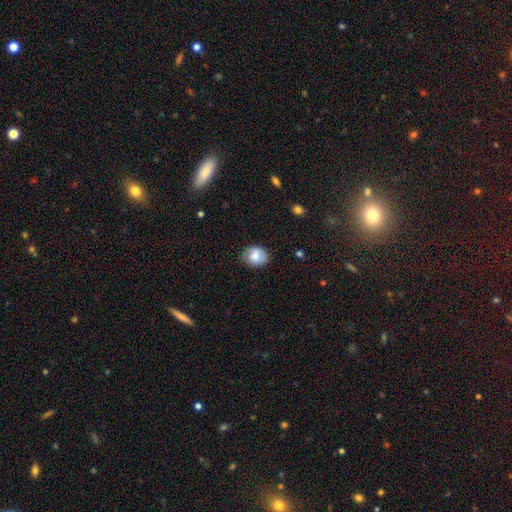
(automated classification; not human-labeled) The model was most divided on "how rounded": round: 55%, in between: 45%, cigar-shaped: 1%. More confident: smooth or featured — smooth (81%); merging — none (77%).